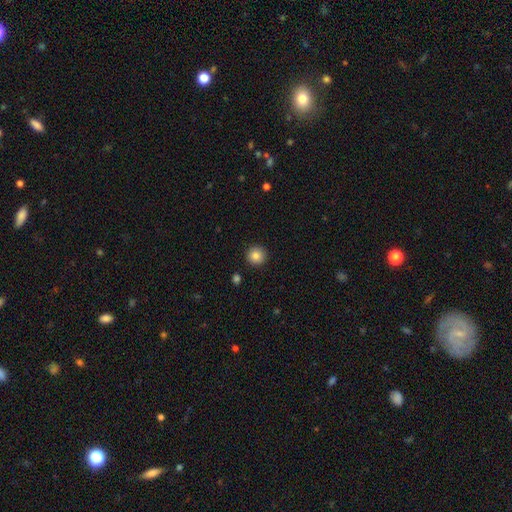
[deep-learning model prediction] A smooth galaxy with no disk features (85%) that is round (95%).

Vote fractions:
- Smooth or featured? smooth: 85% / star or artifact: 10% / featured or disk: 5%
- How rounded? round: 95% / in between: 4% / cigar-shaped: 1%
- Merging? none: 91% / minor disturbance: 5% / major disturbance: 2% / merger: 1%